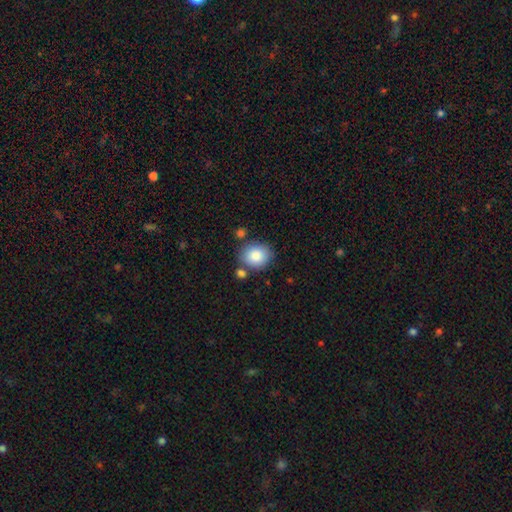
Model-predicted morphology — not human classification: Smooth or featured? smooth (85%)
How rounded? round (61%)
Merging? none (72%)